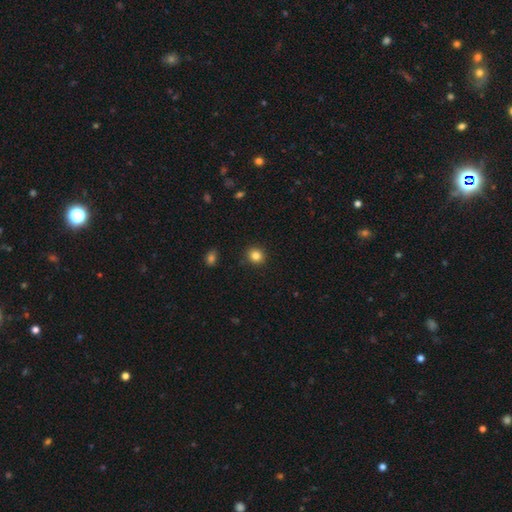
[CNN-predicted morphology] type=smooth (84%); roundness=round (83%); merging=none (90%).